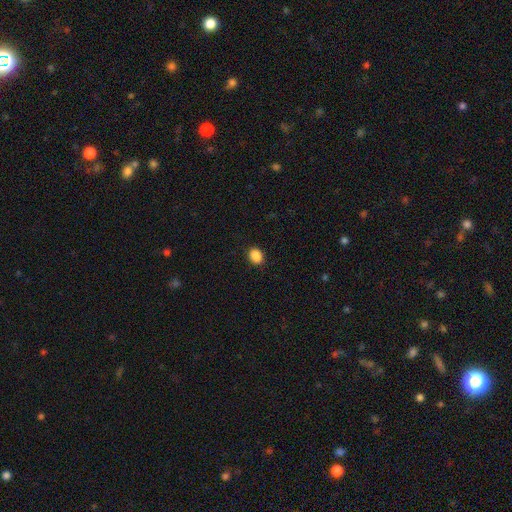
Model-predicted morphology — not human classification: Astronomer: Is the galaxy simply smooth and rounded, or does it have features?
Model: smooth — 88%.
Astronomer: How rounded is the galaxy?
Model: in between — 63%.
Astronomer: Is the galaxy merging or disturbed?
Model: none — 88%.